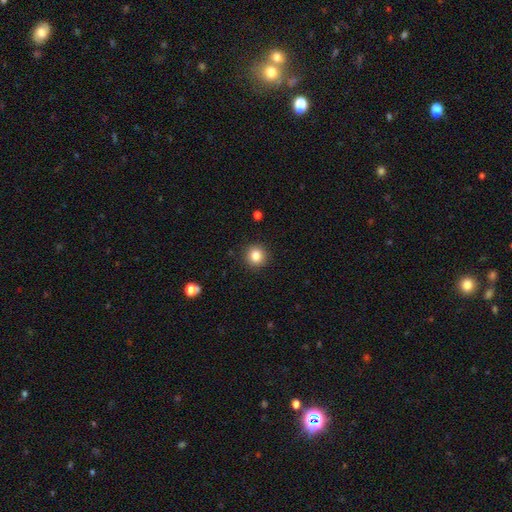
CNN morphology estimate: Overall: smooth (83%). How rounded: round (93%). Merging: none (92%).